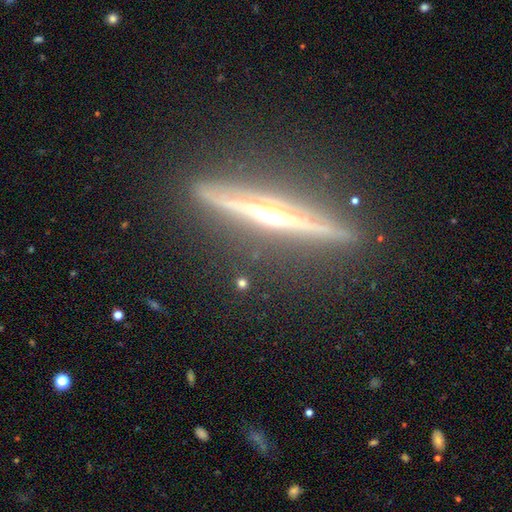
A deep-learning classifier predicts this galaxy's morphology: Overall: featured or disk (86%). Edge-on disk: yes (98%). Edge-on bulge: rounded (88%). Merging: none (88%).